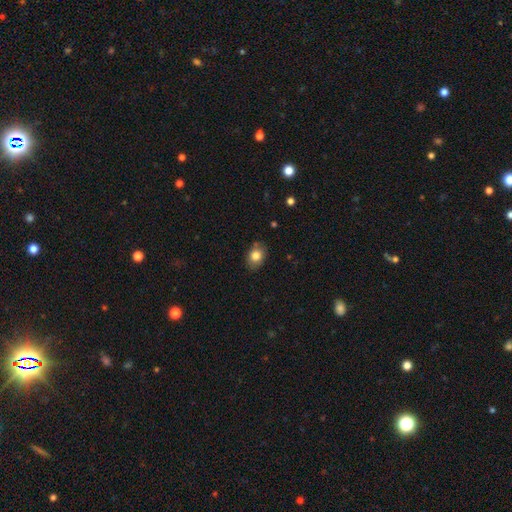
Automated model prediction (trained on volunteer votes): Overall: smooth (82%). How rounded: in between (65%; round 34%). Merging: none (80%).